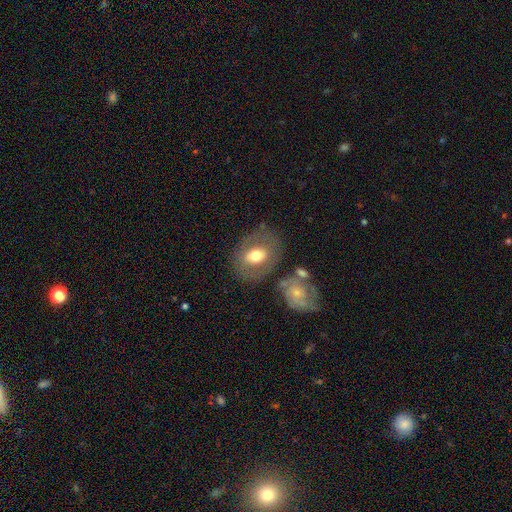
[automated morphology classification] The model was most divided on "smooth or featured": smooth: 56%, featured or disk: 37%, star or artifact: 7%. More confident: merging — none (72%); how rounded — in between (64%).